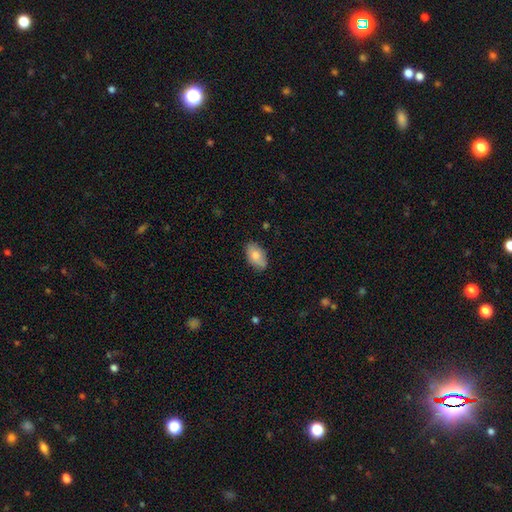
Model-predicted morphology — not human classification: Smooth or featured: smooth — 81% (featured or disk — 13%)
How rounded: in between — 93% (round — 5%)
Merging: none — 81% (minor disturbance — 15%)